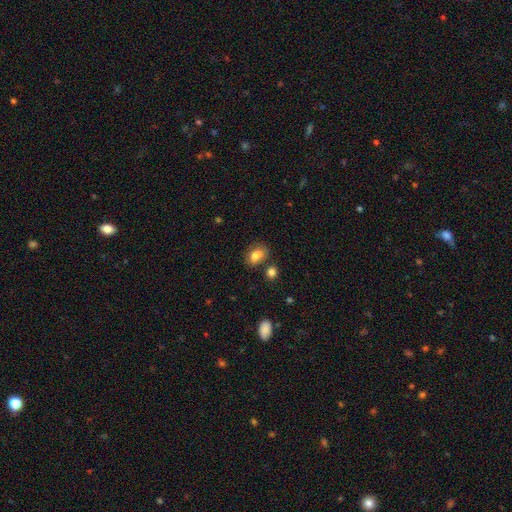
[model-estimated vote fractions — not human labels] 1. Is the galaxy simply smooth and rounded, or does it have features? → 81% smooth, 10% star or artifact, 10% featured or disk.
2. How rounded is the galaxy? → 75% in between, 23% round, 1% cigar-shaped.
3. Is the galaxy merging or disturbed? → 64% none, 18% minor disturbance, 12% merger, 5% major disturbance.